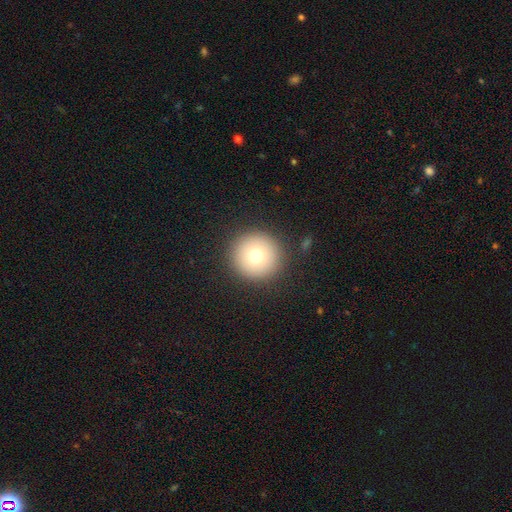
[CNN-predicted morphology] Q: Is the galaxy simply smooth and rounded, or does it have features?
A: smooth — 76%.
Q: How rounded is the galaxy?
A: round — 95%.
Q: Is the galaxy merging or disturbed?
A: none — 90%.